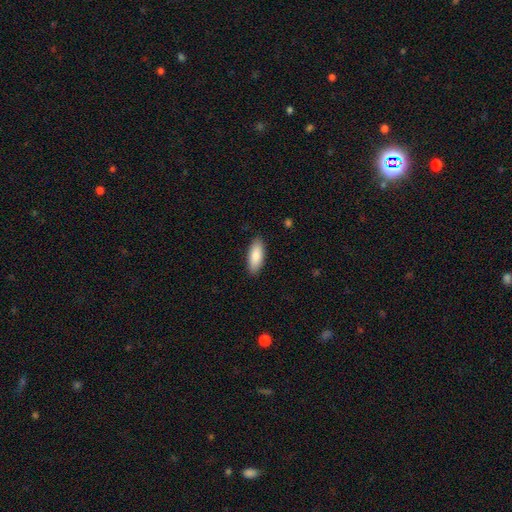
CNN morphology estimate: Smooth or featured? smooth (86%)
How rounded? in between (79%)
Merging? none (88%)